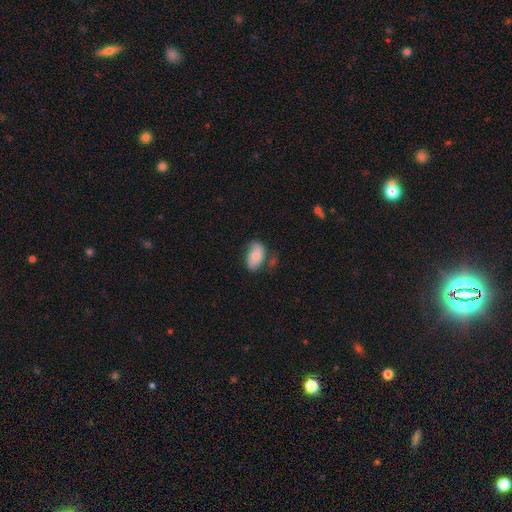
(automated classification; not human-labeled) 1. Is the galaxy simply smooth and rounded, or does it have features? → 74% smooth, 19% featured or disk, 7% star or artifact.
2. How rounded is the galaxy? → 93% in between, 5% round, 2% cigar-shaped.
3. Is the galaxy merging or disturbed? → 54% none, 29% minor disturbance, 10% major disturbance, 8% merger.